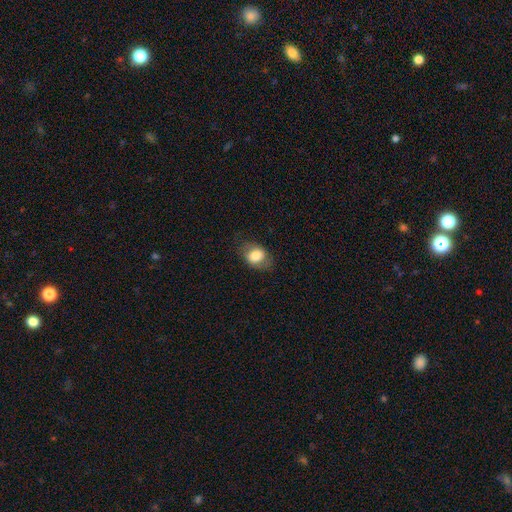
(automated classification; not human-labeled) Q: Smooth or featured?
A: smooth (78%); runner-up: featured or disk (14%)
Q: How rounded?
A: in between (64%); runner-up: round (34%)
Q: Merging?
A: none (73%); runner-up: minor disturbance (19%)